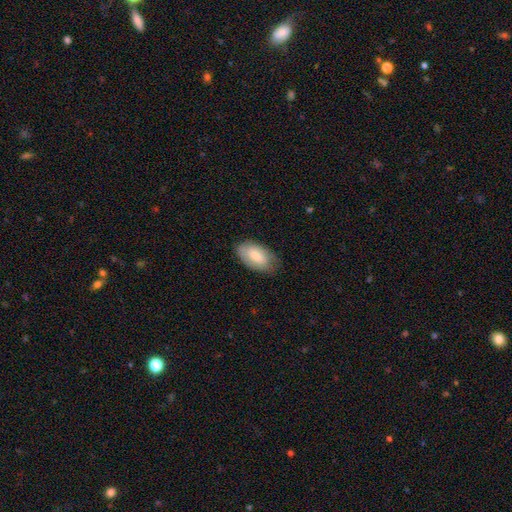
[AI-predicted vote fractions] Smooth or featured: smooth — 73% (featured or disk — 21%)
How rounded: in between — 94% (round — 4%)
Merging: none — 74% (minor disturbance — 20%)